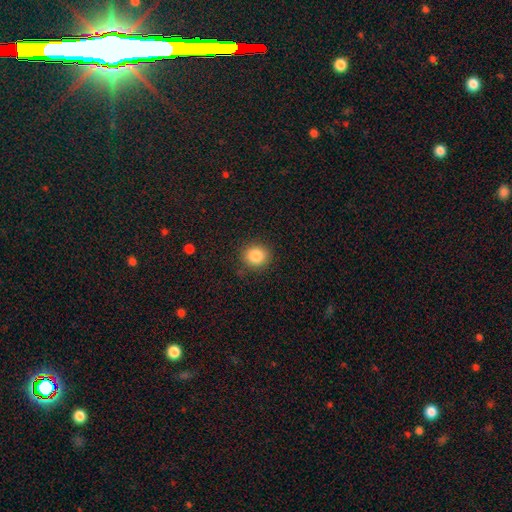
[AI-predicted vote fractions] Smooth or featured? smooth (85%)
How rounded? round (84%)
Merging? none (87%)